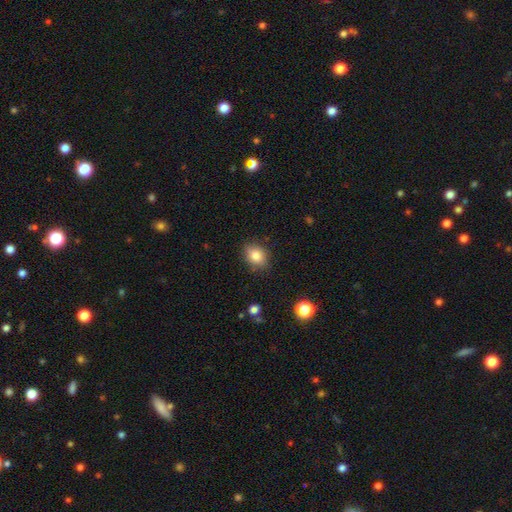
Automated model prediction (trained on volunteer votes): A smooth galaxy with no disk features (83%) that is in between round and cigar-shaped (57%).

Vote fractions:
- Smooth or featured? smooth: 83% / star or artifact: 9% / featured or disk: 7%
- How rounded? in between: 57% / round: 42% / cigar-shaped: 1%
- Merging? none: 82% / minor disturbance: 13% / major disturbance: 3% / merger: 1%